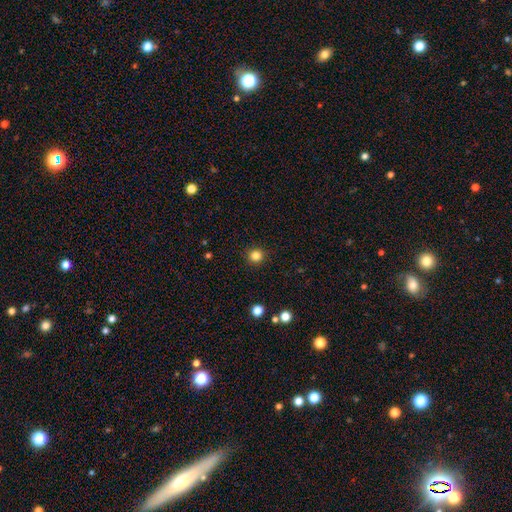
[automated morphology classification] Smooth or featured? smooth (83%)
How rounded? round (93%)
Merging? none (92%)